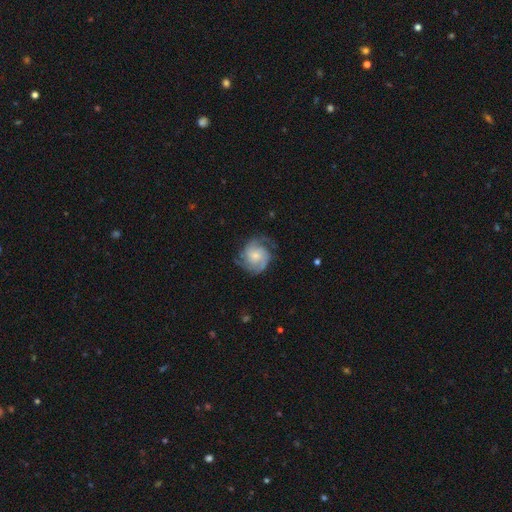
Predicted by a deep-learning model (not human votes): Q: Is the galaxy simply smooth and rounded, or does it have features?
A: featured or disk — 79%.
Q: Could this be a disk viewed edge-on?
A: no — 98%.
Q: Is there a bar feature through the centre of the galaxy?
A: no — 71%.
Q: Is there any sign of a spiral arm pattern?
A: yes — 96%.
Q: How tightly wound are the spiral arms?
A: medium — 44%.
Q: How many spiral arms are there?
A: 2 — 56%.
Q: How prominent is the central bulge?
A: small — 49%.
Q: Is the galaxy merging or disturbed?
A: none — 70%.